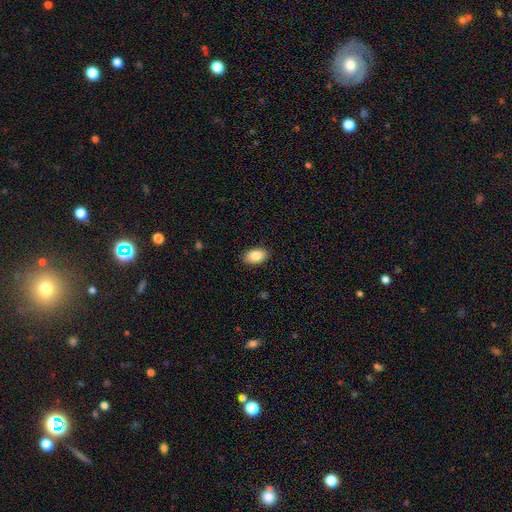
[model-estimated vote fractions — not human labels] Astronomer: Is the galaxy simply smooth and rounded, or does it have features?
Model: smooth — 86%.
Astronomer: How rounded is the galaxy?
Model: in between — 92%.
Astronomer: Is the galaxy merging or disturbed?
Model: none — 88%.